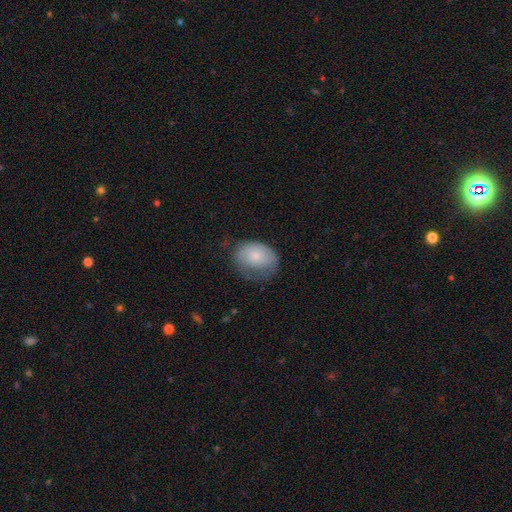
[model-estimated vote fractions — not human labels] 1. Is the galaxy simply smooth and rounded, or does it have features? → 70% smooth, 23% featured or disk, 7% star or artifact.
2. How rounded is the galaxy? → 62% in between, 37% round, 1% cigar-shaped.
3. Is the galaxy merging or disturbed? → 42% none, 34% minor disturbance, 23% major disturbance, 1% merger.